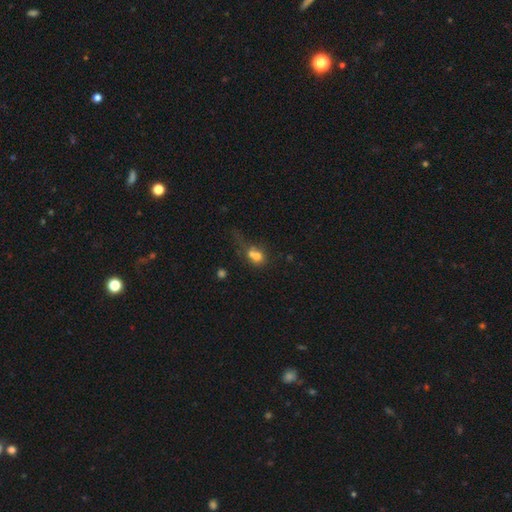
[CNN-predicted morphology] Smooth or featured: smooth — 65% (featured or disk — 21%)
How rounded: round — 68% (in between — 31%)
Merging: merger — 61% (none — 22%)